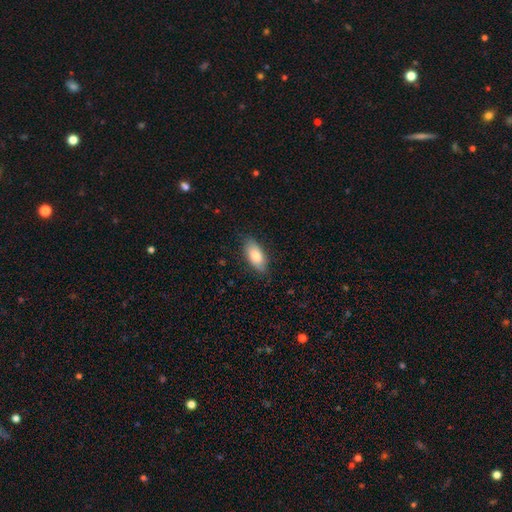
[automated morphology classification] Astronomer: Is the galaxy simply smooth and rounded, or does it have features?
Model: smooth — 82%.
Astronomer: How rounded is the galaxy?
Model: in between — 89%.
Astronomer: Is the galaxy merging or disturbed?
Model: none — 79%.